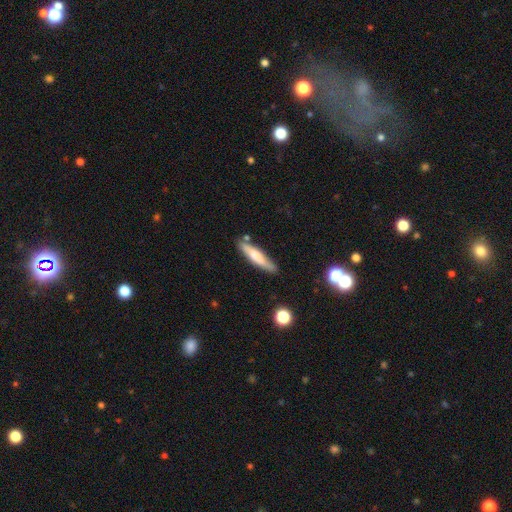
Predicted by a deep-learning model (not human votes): Smooth or featured? smooth (60%)
How rounded? cigar-shaped (85%)
Merging? none (78%)